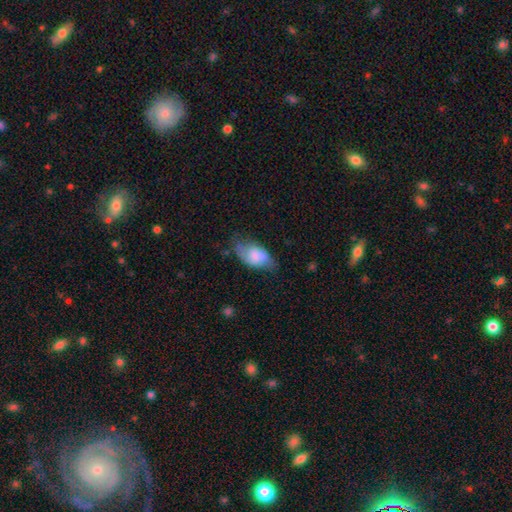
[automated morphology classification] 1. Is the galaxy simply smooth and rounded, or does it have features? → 55% smooth, 38% featured or disk, 7% star or artifact.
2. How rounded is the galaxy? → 91% in between, 6% round, 3% cigar-shaped.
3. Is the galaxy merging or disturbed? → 50% none, 33% minor disturbance, 14% major disturbance, 3% merger.